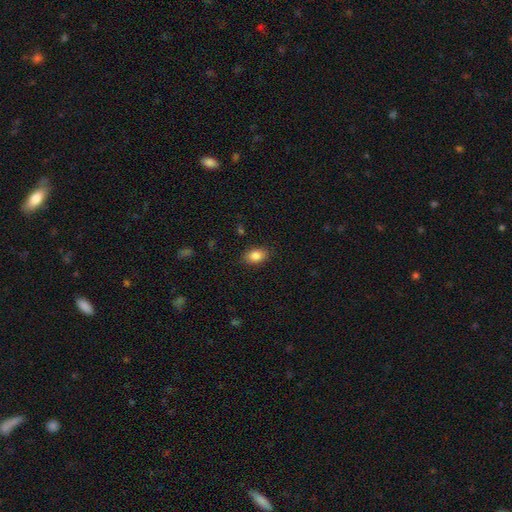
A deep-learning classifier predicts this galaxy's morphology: Smooth or featured? smooth (87%)
How rounded? in between (83%)
Merging? none (87%)